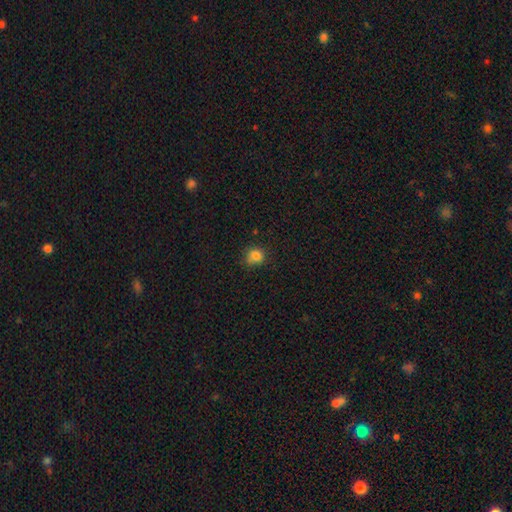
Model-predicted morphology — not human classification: smooth_or_featured: smooth (p=0.82) [alt: star or artifact p=0.12]
how_rounded: round (p=0.82) [alt: in between p=0.17]
merging: none (p=0.73) [alt: minor disturbance p=0.20]